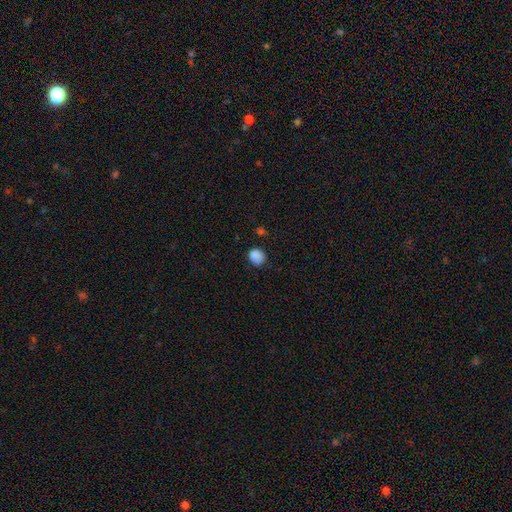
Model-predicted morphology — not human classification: Smooth or featured: smooth — 86% (star or artifact — 10%)
How rounded: round — 70% (in between — 29%)
Merging: none — 73% (minor disturbance — 21%)